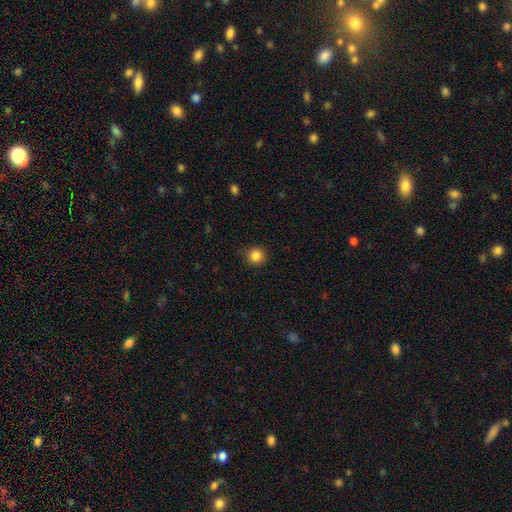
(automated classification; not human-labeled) Overall: smooth (86%). How rounded: round (93%). Merging: none (90%).